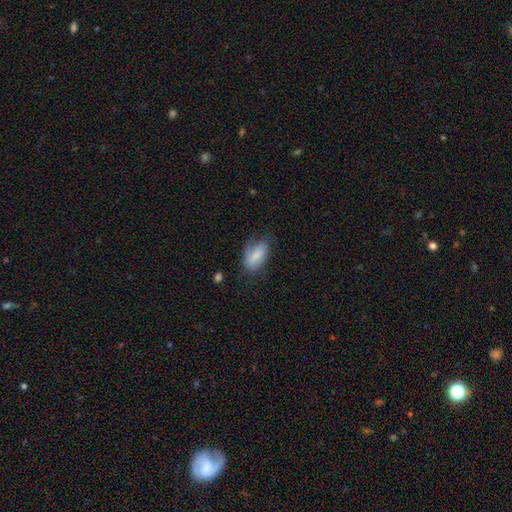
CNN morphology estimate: Smooth or featured? smooth (62%)
How rounded? in between (91%)
Merging? none (48%)